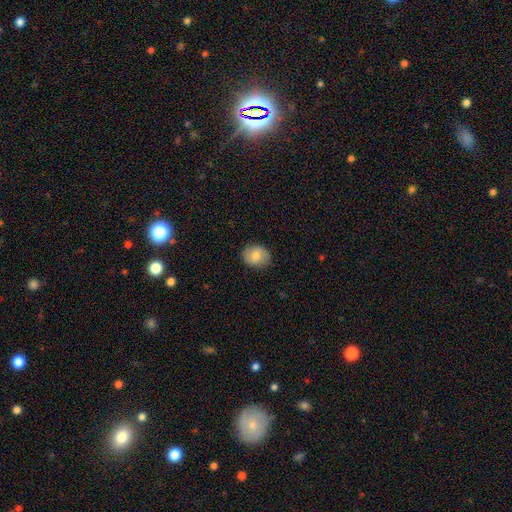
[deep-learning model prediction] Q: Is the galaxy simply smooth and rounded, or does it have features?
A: smooth — 80%.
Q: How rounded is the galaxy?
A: in between — 51%.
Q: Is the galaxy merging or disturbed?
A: none — 86%.